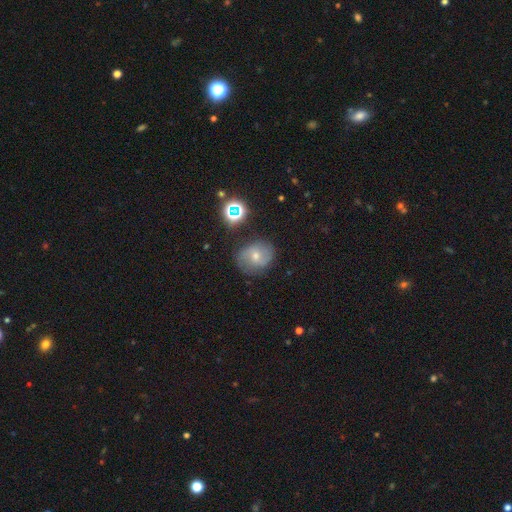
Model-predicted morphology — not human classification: A featured or disk galaxy (55%) with no bar (51%), spiral arms (84%) and a moderate central bulge (50%). Merging: none (79%).